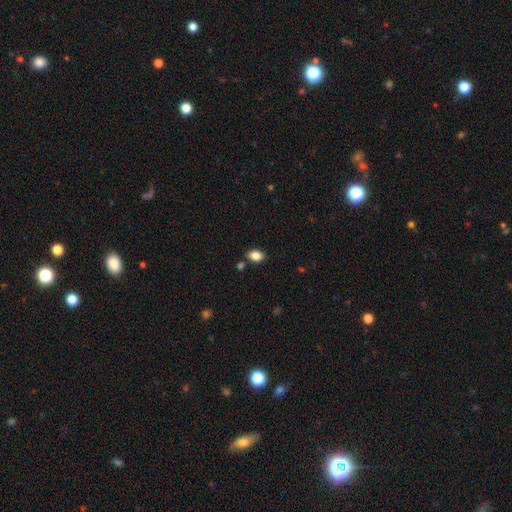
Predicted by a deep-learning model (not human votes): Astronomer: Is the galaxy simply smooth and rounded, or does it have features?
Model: smooth — 84%.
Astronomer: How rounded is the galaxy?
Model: in between — 82%.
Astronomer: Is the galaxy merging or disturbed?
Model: none — 82%.